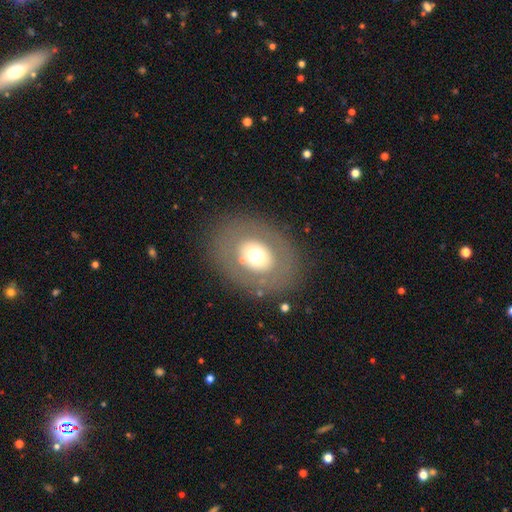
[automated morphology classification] Smooth or featured? smooth (55%)
How rounded? in between (54%)
Merging? none (83%)